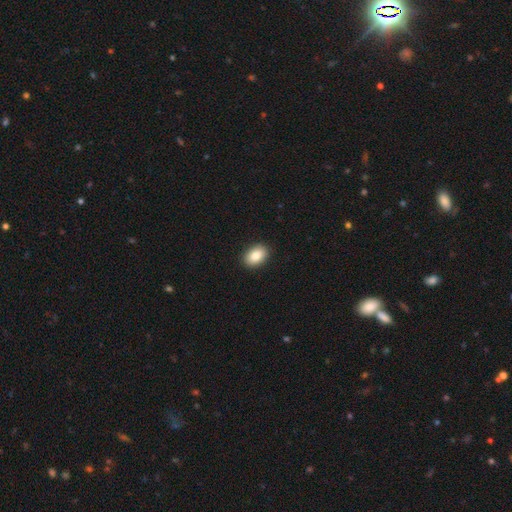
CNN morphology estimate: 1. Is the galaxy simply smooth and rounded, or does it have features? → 87% smooth, 7% star or artifact, 6% featured or disk.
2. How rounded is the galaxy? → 87% in between, 12% round, 1% cigar-shaped.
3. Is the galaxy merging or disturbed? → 91% none, 7% minor disturbance, 2% major disturbance, 1% merger.